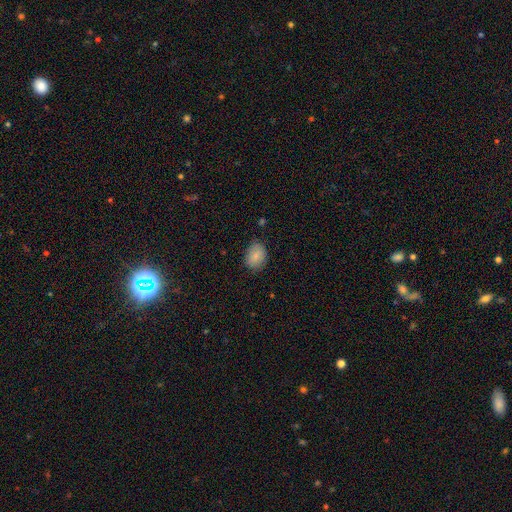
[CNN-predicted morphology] A smooth galaxy with no disk features (85%) that is in between round and cigar-shaped (71%).

Vote fractions:
- Smooth or featured? smooth: 85% / star or artifact: 8% / featured or disk: 7%
- How rounded? in between: 71% / round: 28% / cigar-shaped: 1%
- Merging? none: 79% / minor disturbance: 16% / major disturbance: 3% / merger: 1%